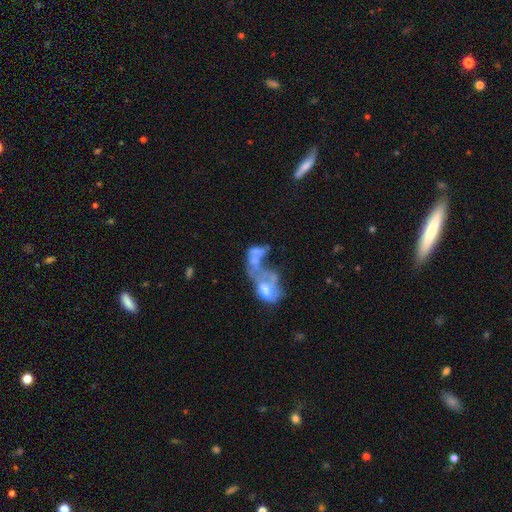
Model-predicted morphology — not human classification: type=featured or disk (53%); edge-on=no (97%); bar=no (88%); spiral arms=no (91%); bulge=none (55%); merging=merger (62%).